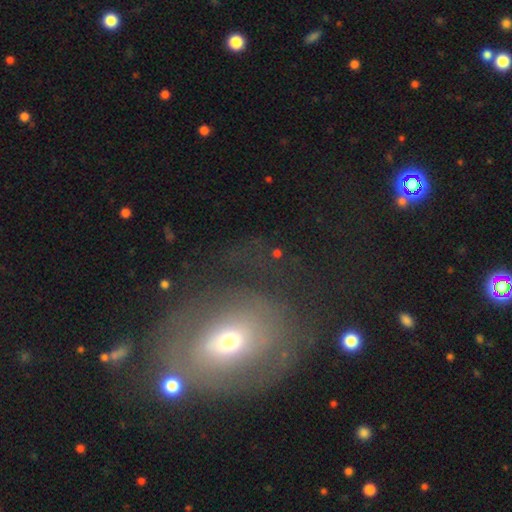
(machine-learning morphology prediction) This appears to be a featured or disk galaxy (50%). Merging: none (54%).